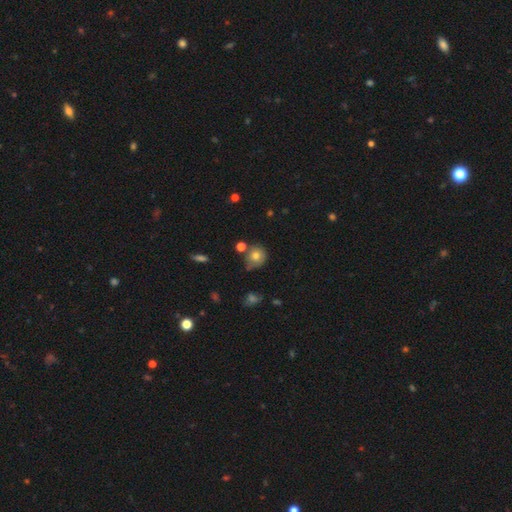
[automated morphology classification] Smooth or featured: smooth — 74% (featured or disk — 15%)
How rounded: round — 78% (in between — 21%)
Merging: none — 57% (minor disturbance — 25%)